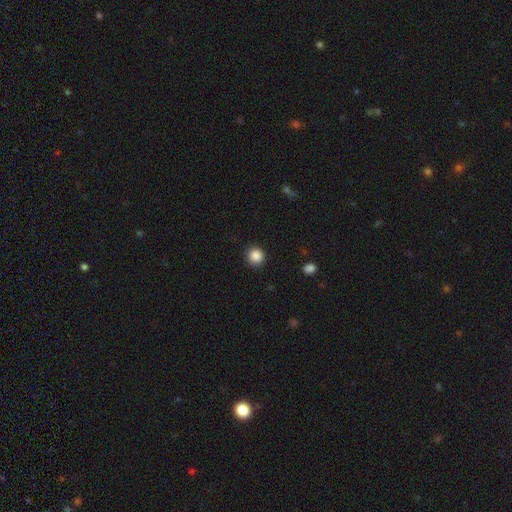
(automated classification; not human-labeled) This is clearly a smooth galaxy (87%). How rounded: clearly round (92%). Merging: clearly none (90%).